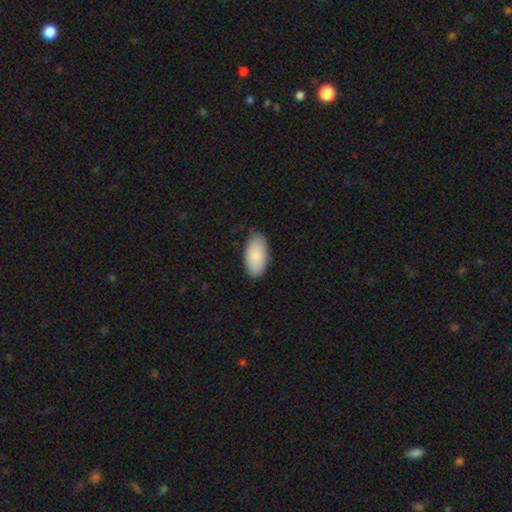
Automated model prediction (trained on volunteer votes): This is clearly a smooth galaxy (86%). How rounded: clearly in between (95%). Merging: clearly none (81%).